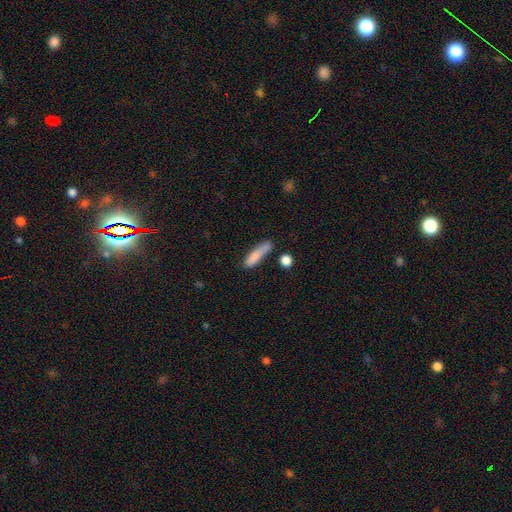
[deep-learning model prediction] Morphology: type=smooth (80%); roundness=cigar-shaped (73%); merging=none (56%).